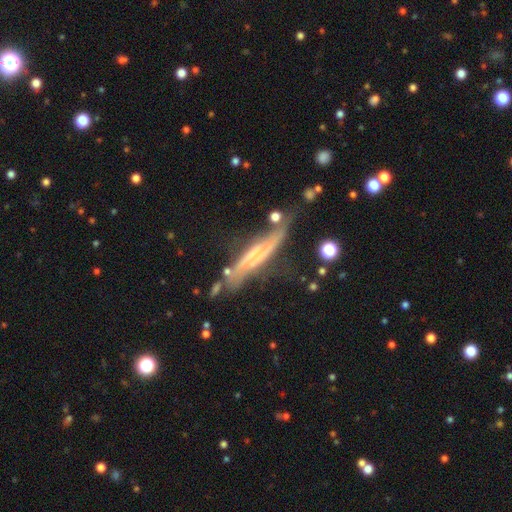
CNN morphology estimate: The model was most divided on "merging": none: 53%, minor disturbance: 25%, major disturbance: 13%, merger: 9%. More confident: smooth or featured — featured or disk (71%); edge-on disk — yes (69%).